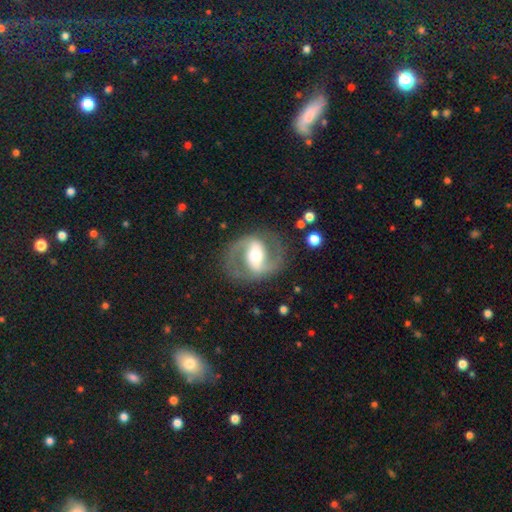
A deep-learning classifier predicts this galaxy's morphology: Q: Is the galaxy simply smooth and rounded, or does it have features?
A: featured or disk — 86%.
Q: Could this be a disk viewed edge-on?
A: no — 97%.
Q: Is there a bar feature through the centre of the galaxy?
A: strong — 49%.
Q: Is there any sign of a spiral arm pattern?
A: yes — 92%.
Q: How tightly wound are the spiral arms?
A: medium — 57%.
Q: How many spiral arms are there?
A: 2 — 92%.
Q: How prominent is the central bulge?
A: moderate — 65%.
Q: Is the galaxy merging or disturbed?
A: none — 81%.